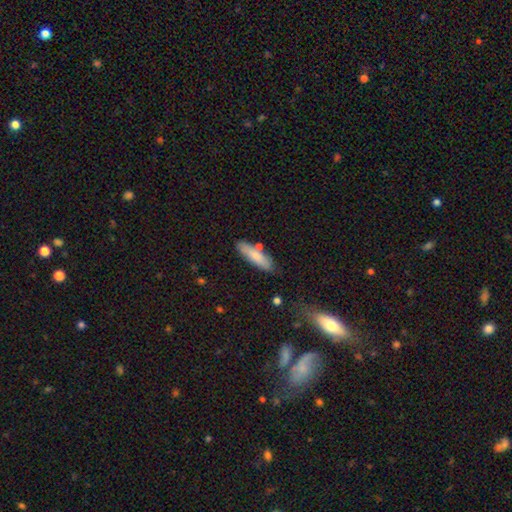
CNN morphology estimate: Smooth or featured?
  - smooth: 79% *
  - featured or disk: 16%
  - star or artifact: 6%
How rounded?
  - cigar-shaped: 61% *
  - in between: 37%
  - round: 2%
Merging?
  - none: 76% *
  - minor disturbance: 14%
  - merger: 7%
  - major disturbance: 3%